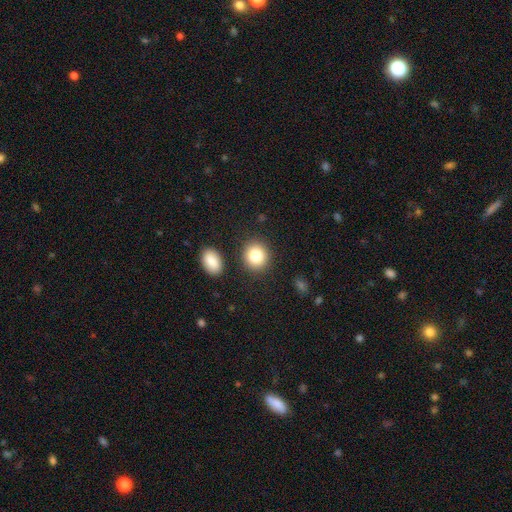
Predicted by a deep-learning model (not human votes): Smooth or featured?
  - smooth: 83% *
  - star or artifact: 10%
  - featured or disk: 8%
How rounded?
  - round: 80% *
  - in between: 19%
  - cigar-shaped: 1%
Merging?
  - none: 85% *
  - minor disturbance: 7%
  - merger: 5%
  - major disturbance: 3%